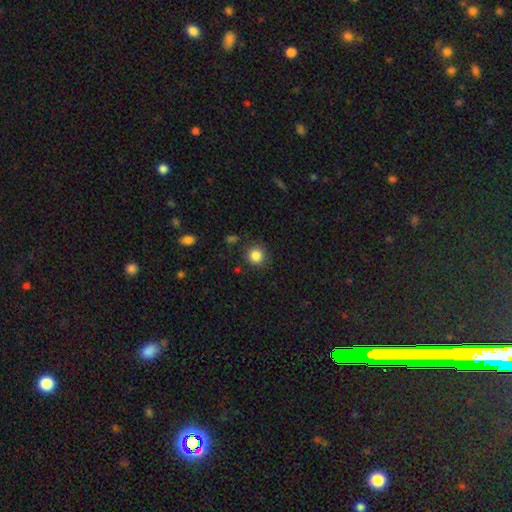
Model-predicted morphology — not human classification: Q: Smooth or featured?
A: smooth (85%); runner-up: star or artifact (11%)
Q: How rounded?
A: round (91%); runner-up: in between (8%)
Q: Merging?
A: none (86%); runner-up: minor disturbance (9%)